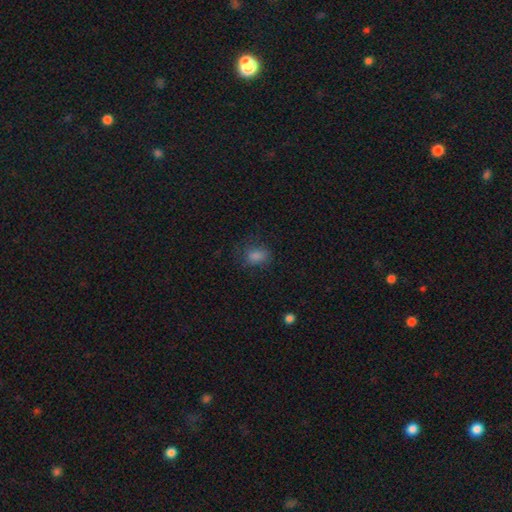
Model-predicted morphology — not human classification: A smooth galaxy with no disk features (79%) that is in between round and cigar-shaped (67%). Merging: none (70%).